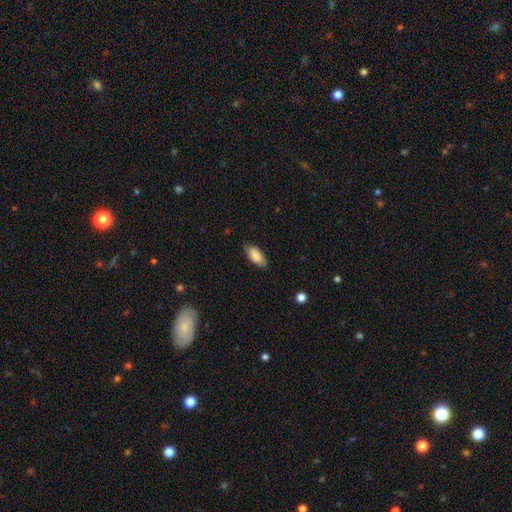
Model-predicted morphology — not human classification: Overall: smooth (85%). How rounded: in between (86%). Merging: none (79%).